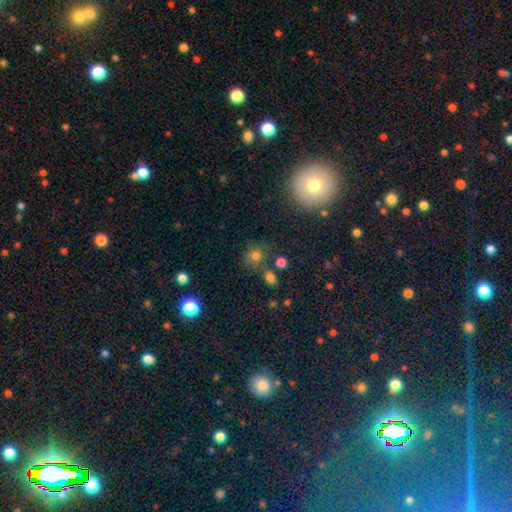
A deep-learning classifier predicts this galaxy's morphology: Overall: smooth (75%). How rounded: round (78%). Merging: none (70%).